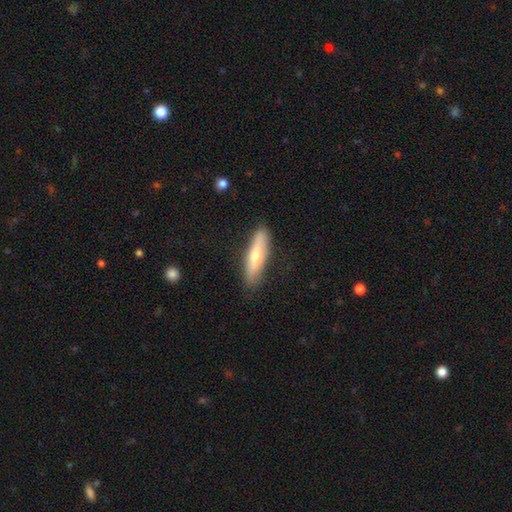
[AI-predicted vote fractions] This appears to be a smooth galaxy with no disk features (58%) that is cigar-shaped (76%). Merging: none (85%).